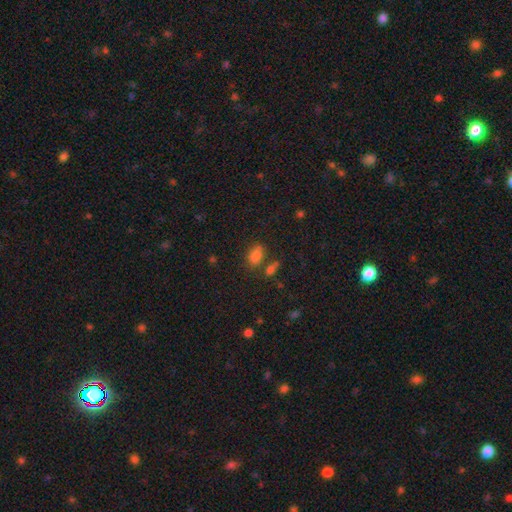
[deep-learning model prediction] Smooth or featured: smooth — 79% (star or artifact — 15%)
How rounded: in between — 83% (round — 14%)
Merging: none — 64% (minor disturbance — 16%)